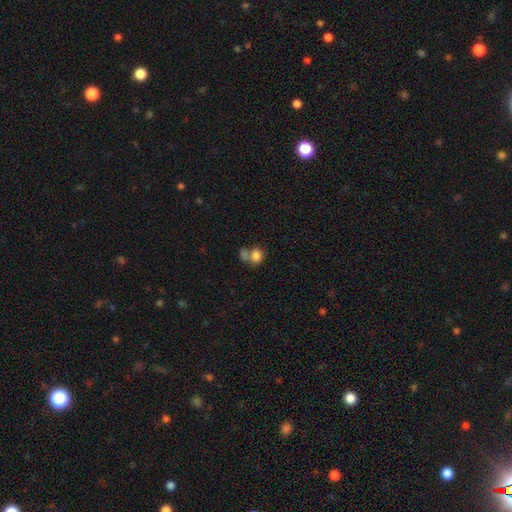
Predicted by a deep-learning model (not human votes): Smooth or featured? Predicted: smooth (p=0.81). How rounded? Predicted: round (p=0.52). Merging? Predicted: merger (p=0.51).